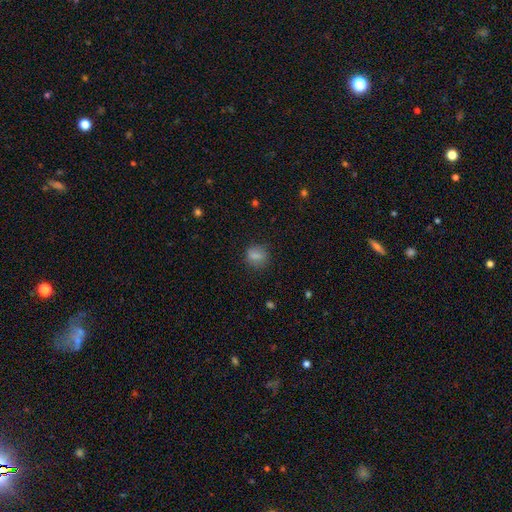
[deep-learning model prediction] Morphology: type=smooth (80%); roundness=round (60%); merging=none (80%).